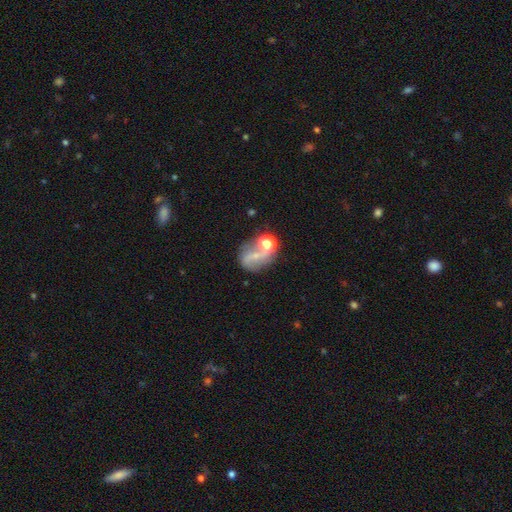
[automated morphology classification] Q: Smooth or featured?
A: featured or disk (48%); runner-up: smooth (35%)
Q: Merging?
A: none (45%); runner-up: merger (24%)